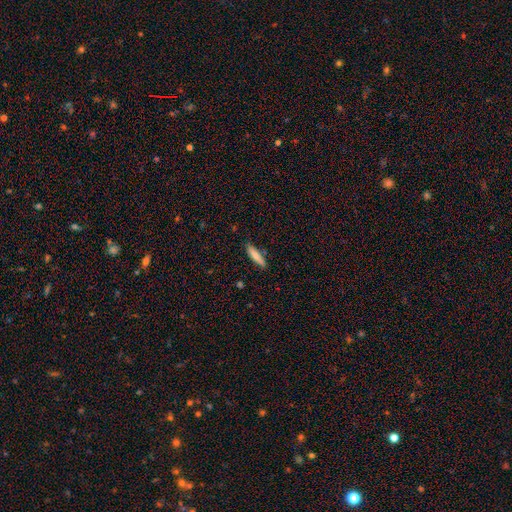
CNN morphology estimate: A smooth galaxy with no disk features (75%) that is cigar-shaped (76%).

Vote fractions:
- Smooth or featured? smooth: 75% / featured or disk: 19% / star or artifact: 6%
- How rounded? cigar-shaped: 76% / in between: 22% / round: 2%
- Merging? none: 84% / minor disturbance: 11% / merger: 2% / major disturbance: 2%